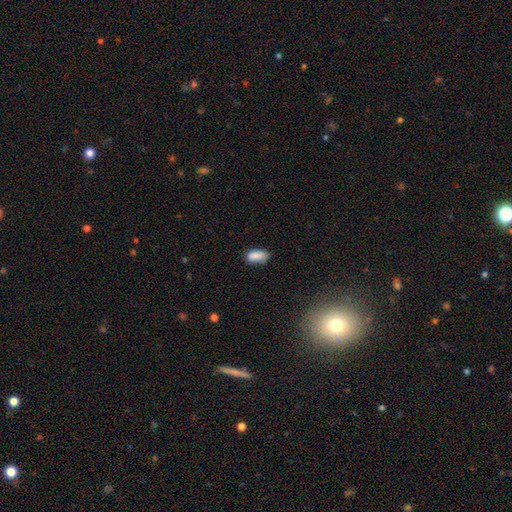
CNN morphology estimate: A smooth galaxy with no disk features (86%) that is in between round and cigar-shaped (90%).

Vote fractions:
- Smooth or featured? smooth: 86% / star or artifact: 8% / featured or disk: 6%
- How rounded? in between: 90% / cigar-shaped: 7% / round: 3%
- Merging? none: 68% / minor disturbance: 24% / major disturbance: 5% / merger: 3%